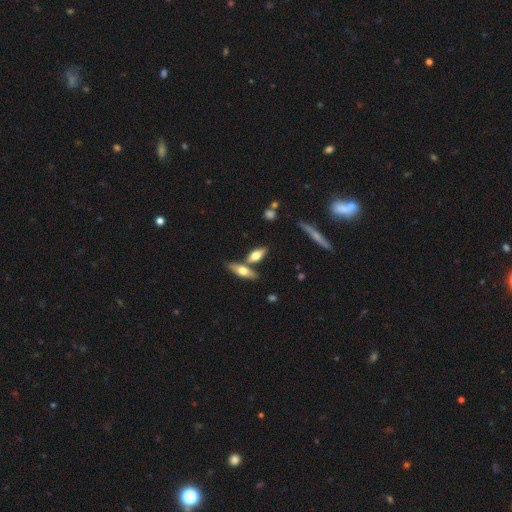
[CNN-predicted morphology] Smooth or featured: smooth — 60% (featured or disk — 33%)
How rounded: in between — 66% (cigar-shaped — 30%)
Merging: none — 61% (merger — 25%)